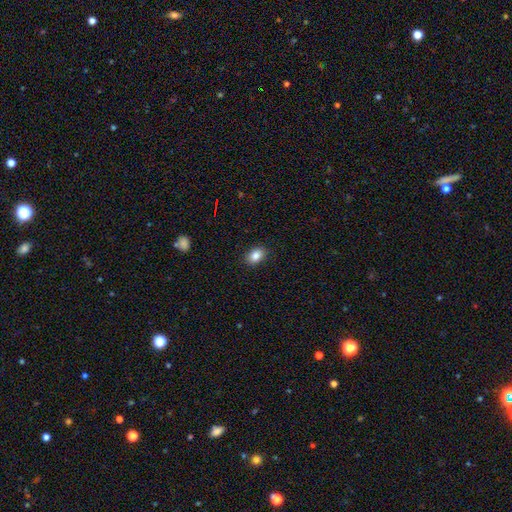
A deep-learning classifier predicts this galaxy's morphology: Overall: smooth (86%). How rounded: in between (75%). Merging: none (88%).